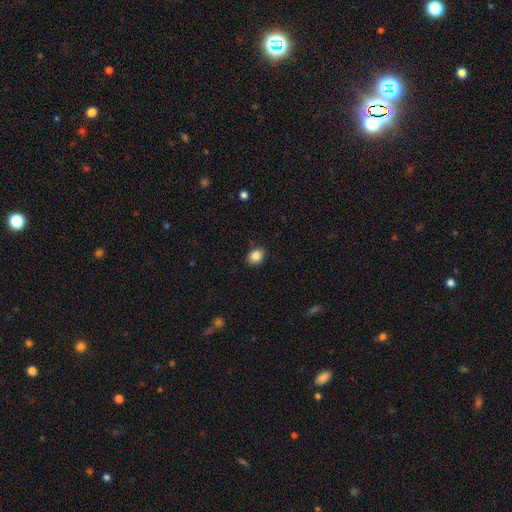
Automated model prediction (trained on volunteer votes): Smooth or featured? Predicted: smooth (p=0.86). How rounded? Predicted: round (p=0.50). Merging? Predicted: none (p=0.87).